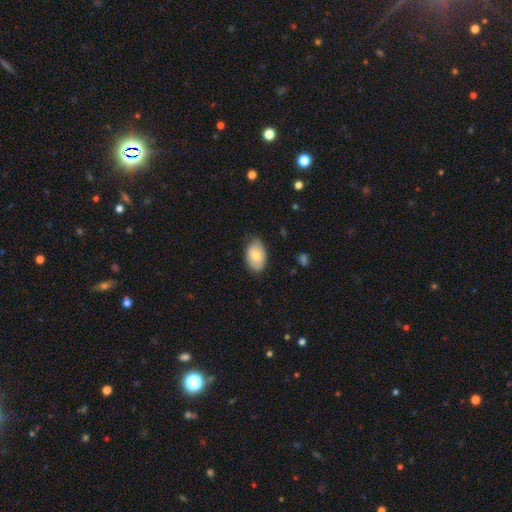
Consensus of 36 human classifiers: Smooth or featured?
  - smooth: 61% *
  - featured or disk: 36%
  - star or artifact: 3%
How rounded?
  - in between: 91% *
  - round: 9%
  - cigar-shaped: 0%
Merging?
  - none: 77% *
  - minor disturbance: 20%
  - major disturbance: 3%
  - merger: 0%